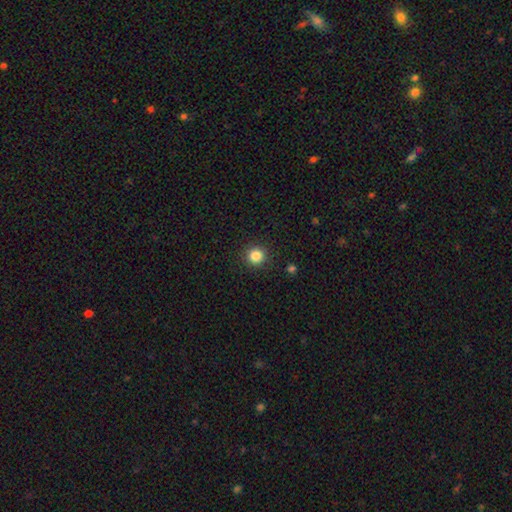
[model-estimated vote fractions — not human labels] This appears to be a smooth galaxy with no disk features (84%) that is round (92%). Merging: none (91%).